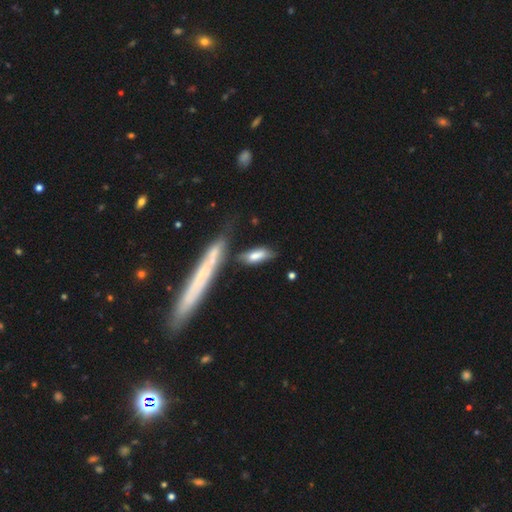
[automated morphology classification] The model was most divided on "how rounded": in between: 59%, cigar-shaped: 38%, round: 3%. More confident: smooth or featured — smooth (70%); merging — none (54%).